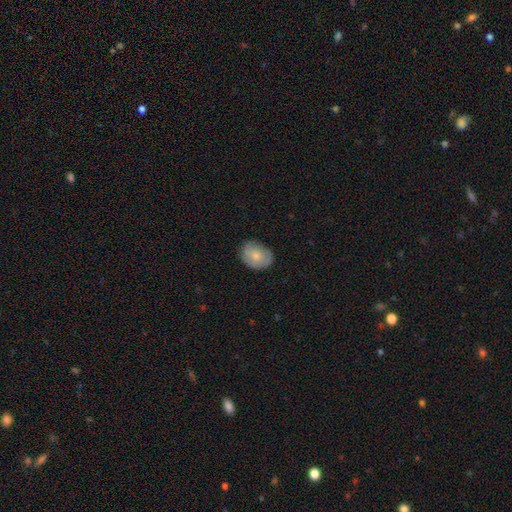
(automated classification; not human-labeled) Smooth or featured?
  - smooth: 73% *
  - featured or disk: 20%
  - star or artifact: 7%
How rounded?
  - in between: 58% *
  - round: 41%
  - cigar-shaped: 1%
Merging?
  - none: 76% *
  - minor disturbance: 19%
  - major disturbance: 4%
  - merger: 1%